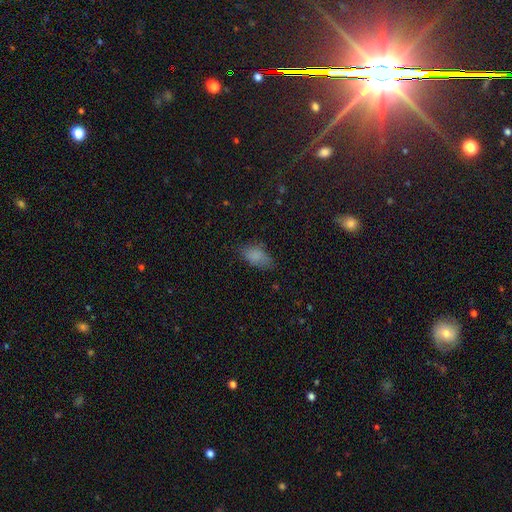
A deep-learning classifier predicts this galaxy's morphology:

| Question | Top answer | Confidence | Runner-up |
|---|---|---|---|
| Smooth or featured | smooth | 81% | star or artifact (11%) |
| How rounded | in between | 91% | cigar-shaped (4%) |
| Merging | none | 68% | minor disturbance (24%) |